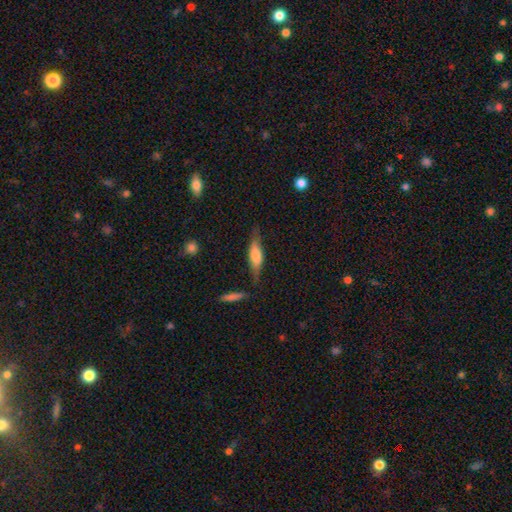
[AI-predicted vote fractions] Overall: smooth (58%; featured or disk 36%). How rounded: cigar-shaped (61%; in between 36%). Merging: none (70%).